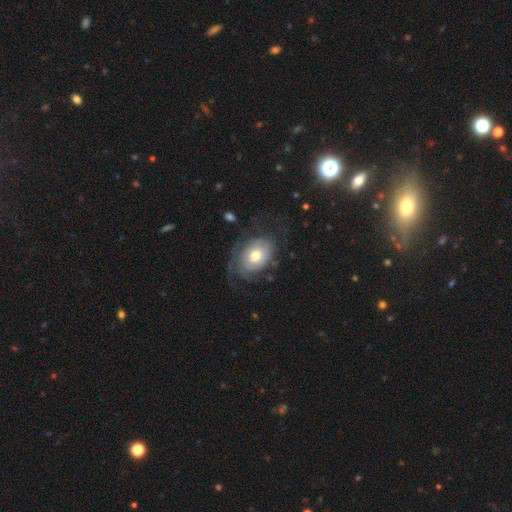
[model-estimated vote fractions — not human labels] Smooth or featured: featured or disk — 55% (smooth — 38%)
Edge-on disk: no — 95% (yes — 5%)
Bar: no — 81% (weak — 16%)
Spiral arms: yes — 73% (no — 27%)
Bulge size: moderate — 69% (small — 14%)
Merging: none — 59% (minor disturbance — 20%)